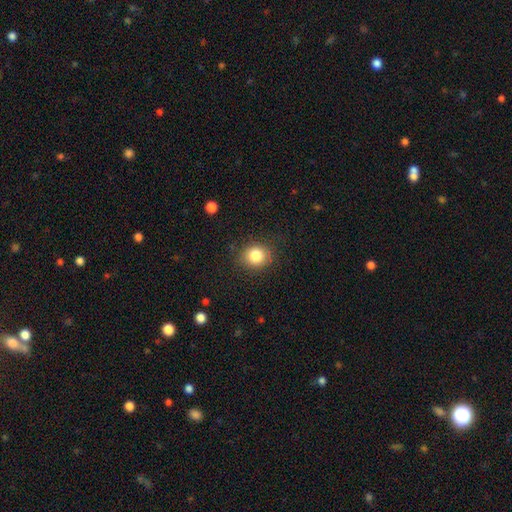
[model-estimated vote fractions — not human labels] Smooth or featured? Predicted: smooth (p=0.83). How rounded? Predicted: round (p=0.74). Merging? Predicted: none (p=0.84).